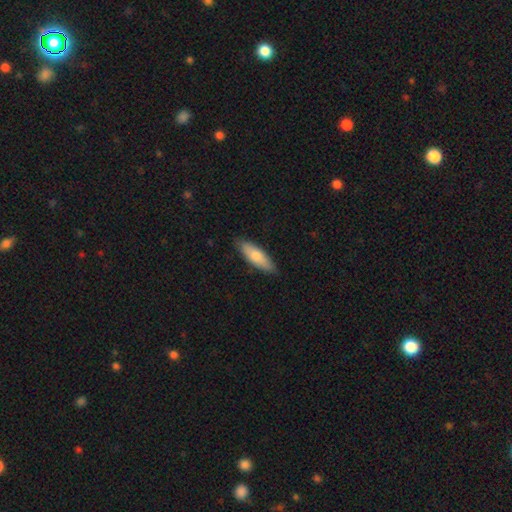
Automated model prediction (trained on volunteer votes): This is likely a smooth galaxy (75%). How rounded: possibly in between (55%). Merging: clearly none (85%).